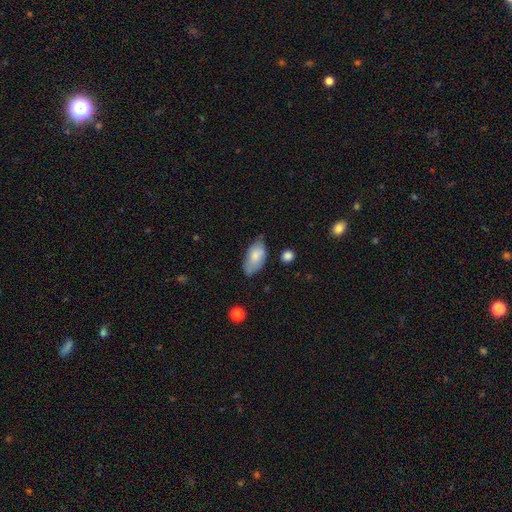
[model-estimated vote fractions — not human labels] Morphology: type=smooth (75%); roundness=in between (94%); merging=none (57%).